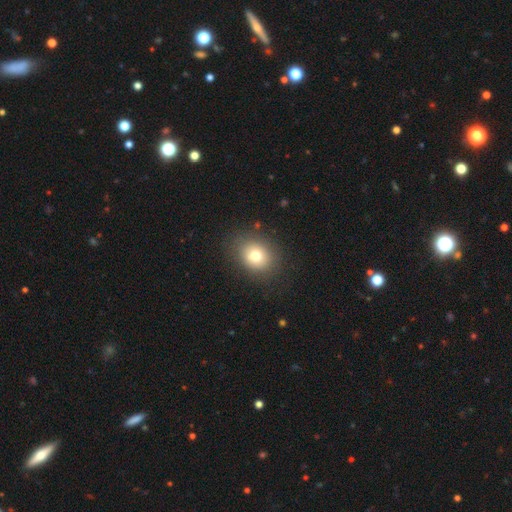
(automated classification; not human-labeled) smooth-or-featured: smooth: 76% | featured or disk: 12% | star or artifact: 12%
  how-rounded: round: 61% | in between: 38% | cigar-shaped: 1%
  merging: none: 84% | minor disturbance: 10% | major disturbance: 4% | merger: 1%